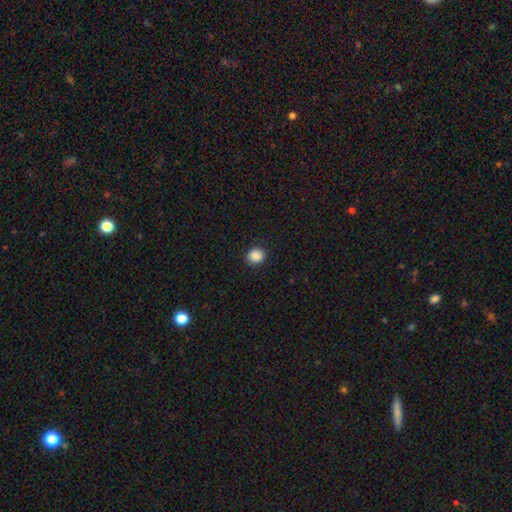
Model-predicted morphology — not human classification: This appears to be a smooth galaxy with no disk features (88%) that is round (79%). Merging: none (91%).